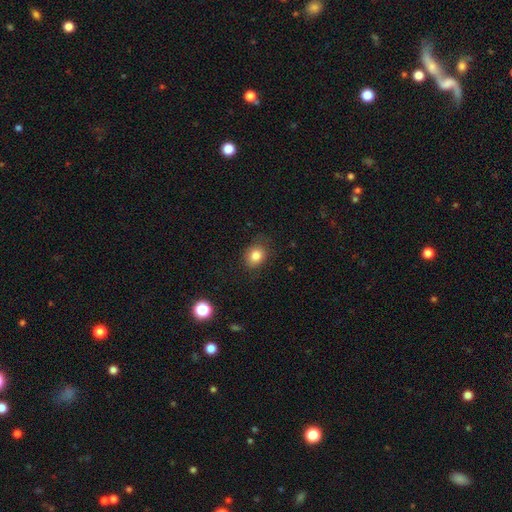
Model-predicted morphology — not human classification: Smooth or featured? Predicted: smooth (p=0.83). How rounded? Predicted: round (p=0.53). Merging? Predicted: none (p=0.78).